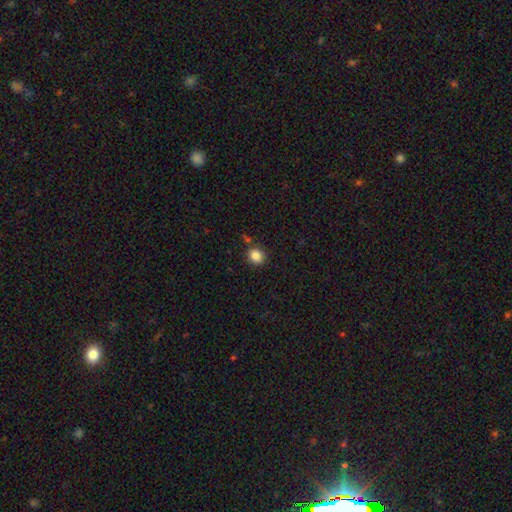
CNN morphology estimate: Overall: smooth (85%). How rounded: round (79%). Merging: none (82%).